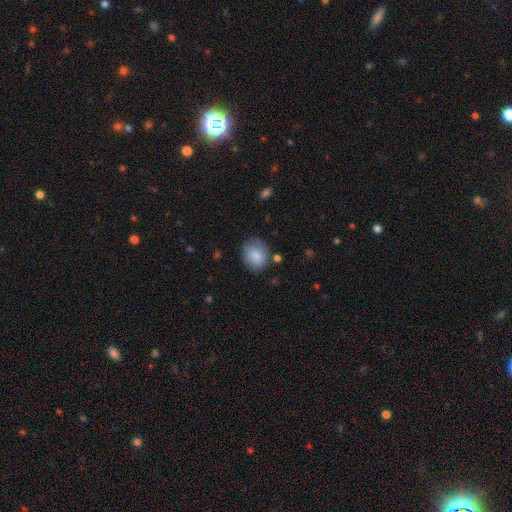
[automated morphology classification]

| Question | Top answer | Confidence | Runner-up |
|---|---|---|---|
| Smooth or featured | smooth | 84% | featured or disk (9%) |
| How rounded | round | 57% | in between (42%) |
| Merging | none | 73% | minor disturbance (19%) |